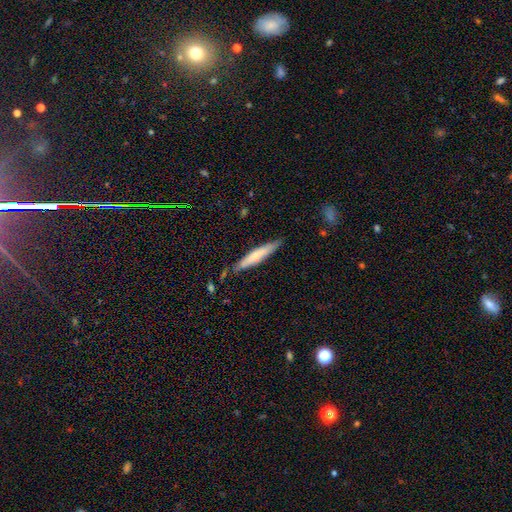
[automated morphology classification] type=smooth (62%); roundness=cigar-shaped (90%); merging=none (79%).